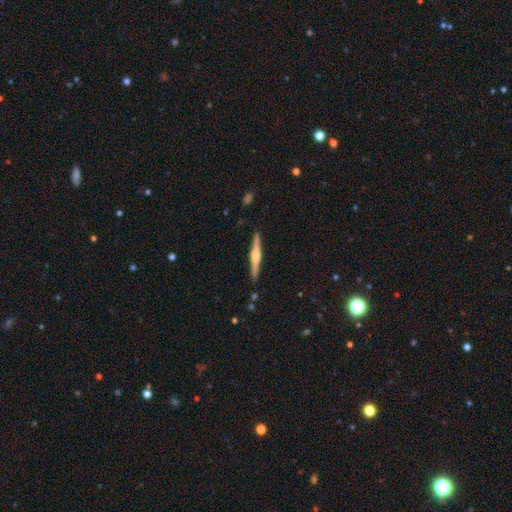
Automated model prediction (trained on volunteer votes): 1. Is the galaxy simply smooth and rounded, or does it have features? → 68% featured or disk, 27% smooth, 5% star or artifact.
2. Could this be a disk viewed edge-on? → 98% yes, 2% no.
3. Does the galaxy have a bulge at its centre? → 74% rounded, 19% boxy, 7% none.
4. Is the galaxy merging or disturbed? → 90% none, 7% minor disturbance, 1% major disturbance, 1% merger.